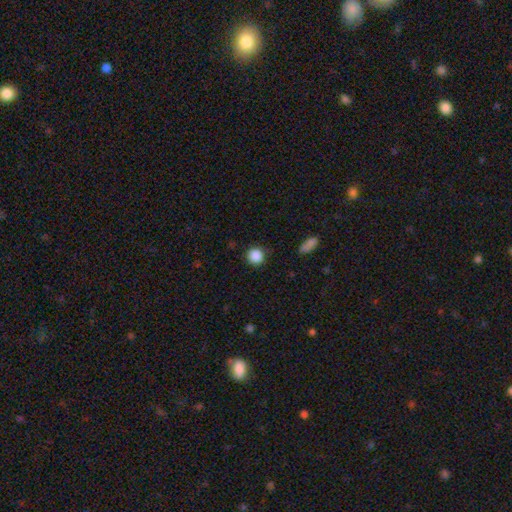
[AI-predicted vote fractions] smooth-or-featured: smooth: 88% | star or artifact: 9% | featured or disk: 3%
  how-rounded: round: 92% | in between: 7% | cigar-shaped: 1%
  merging: none: 86% | minor disturbance: 9% | major disturbance: 3% | merger: 1%